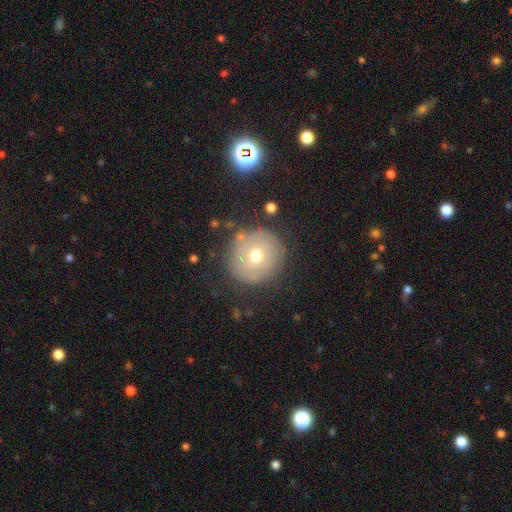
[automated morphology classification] Smooth or featured? smooth (59%)
How rounded? round (92%)
Merging? none (80%)